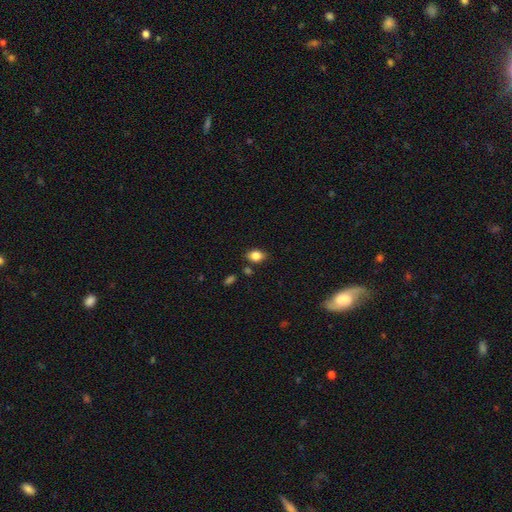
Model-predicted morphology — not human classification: This is clearly a smooth galaxy (84%). How rounded: likely in between (75%). Merging: likely none (79%).